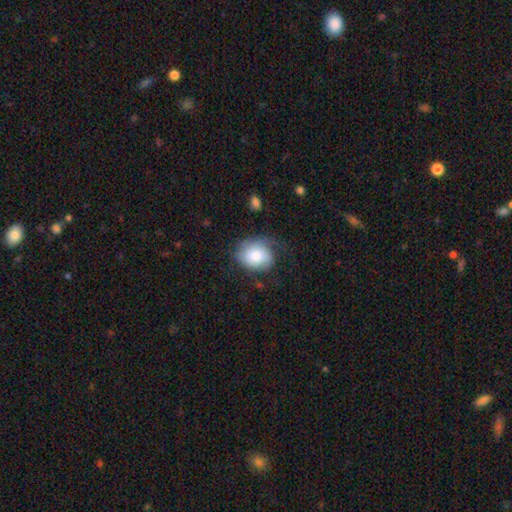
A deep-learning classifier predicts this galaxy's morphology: A smooth galaxy with no disk features (66%) that is round (51%).

Vote fractions:
- Smooth or featured? smooth: 66% / featured or disk: 26% / star or artifact: 7%
- How rounded? round: 51% / in between: 48% / cigar-shaped: 1%
- Merging? none: 49% / minor disturbance: 30% / major disturbance: 20% / merger: 2%